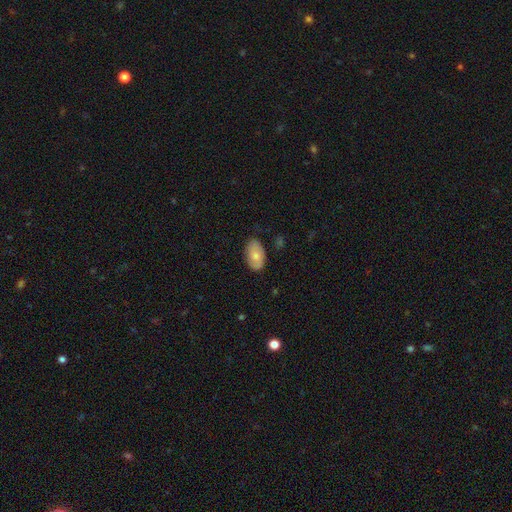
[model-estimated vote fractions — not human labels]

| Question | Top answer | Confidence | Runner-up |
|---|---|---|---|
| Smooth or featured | smooth | 68% | featured or disk (25%) |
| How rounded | in between | 93% | round (6%) |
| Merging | none | 75% | minor disturbance (20%) |